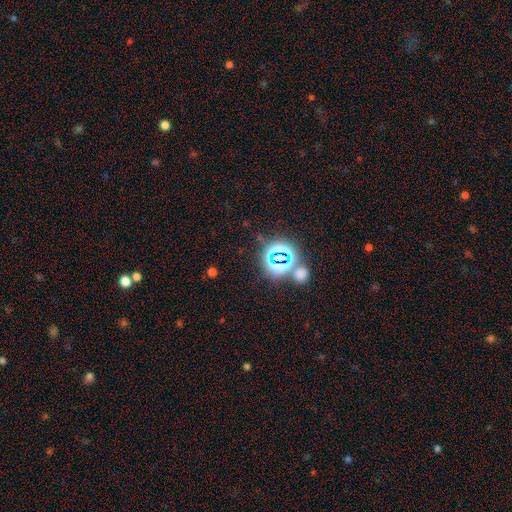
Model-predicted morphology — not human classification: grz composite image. It shows a star or artifact, not a galaxy (76%).